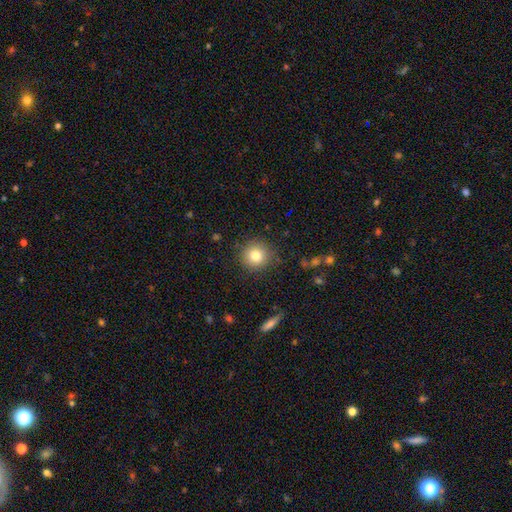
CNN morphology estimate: A smooth galaxy with no disk features (80%) that is round (94%). Merging: none (89%).